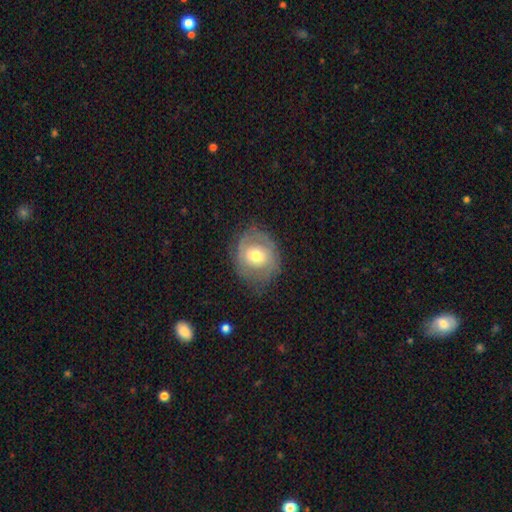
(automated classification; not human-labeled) A featured or disk galaxy (51%). Merging: none (67%).